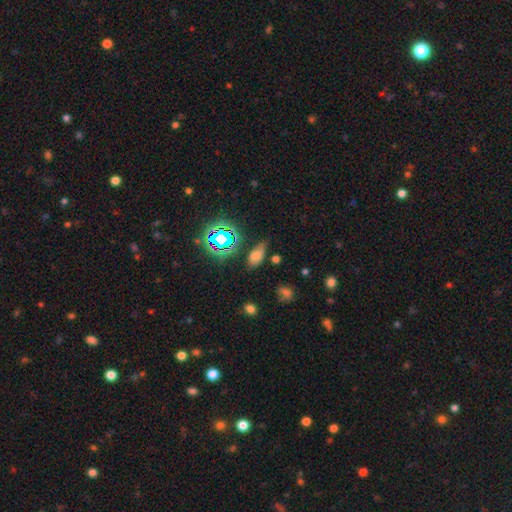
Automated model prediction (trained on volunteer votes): smooth-or-featured: smooth: 59% | star or artifact: 27% | featured or disk: 13%
  how-rounded: in between: 85% | round: 8% | cigar-shaped: 7%
  merging: none: 62% | minor disturbance: 25% | major disturbance: 8% | merger: 5%